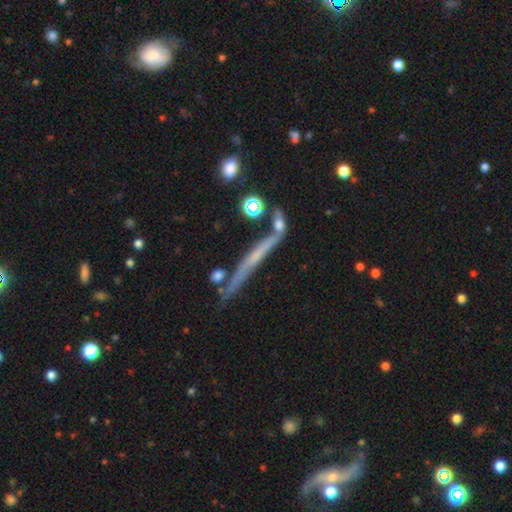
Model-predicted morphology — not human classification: Smooth or featured: featured or disk — 60% (smooth — 31%)
Edge-on disk: yes — 94% (no — 6%)
Edge-on bulge: none — 71% (rounded — 22%)
Merging: none — 72% (minor disturbance — 15%)